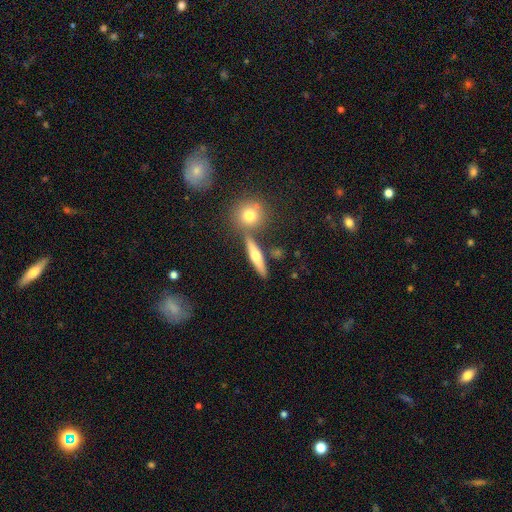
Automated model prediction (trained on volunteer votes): smooth-or-featured: smooth: 48% | featured or disk: 43% | star or artifact: 9%
  merging: none: 77% | merger: 11% | minor disturbance: 9% | major disturbance: 3%